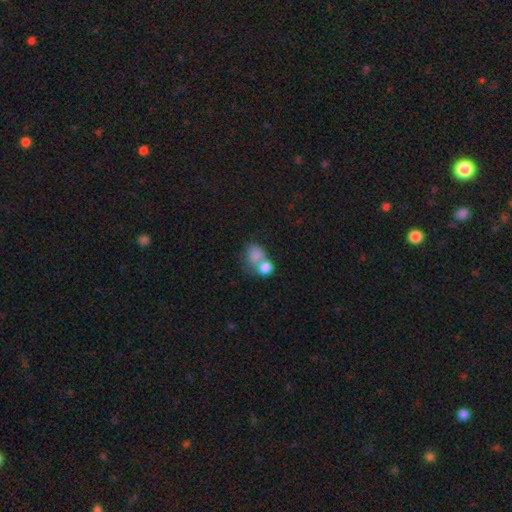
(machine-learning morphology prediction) smooth-or-featured: smooth: 78% | featured or disk: 11% | star or artifact: 10%
  how-rounded: round: 53% | in between: 46% | cigar-shaped: 1%
  merging: merger: 50% | none: 28% | minor disturbance: 12% | major disturbance: 11%